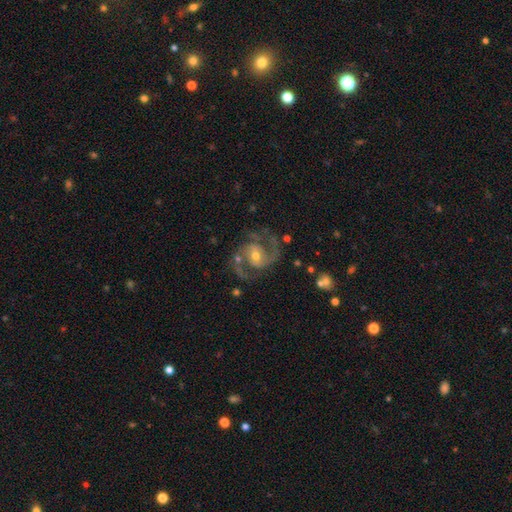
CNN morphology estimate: This appears to be a featured or disk galaxy (91%) with no bar (50%), 2 (88%) medium (64%) spiral arms (98%) and a moderate central bulge (61%). Merging: none (74%).